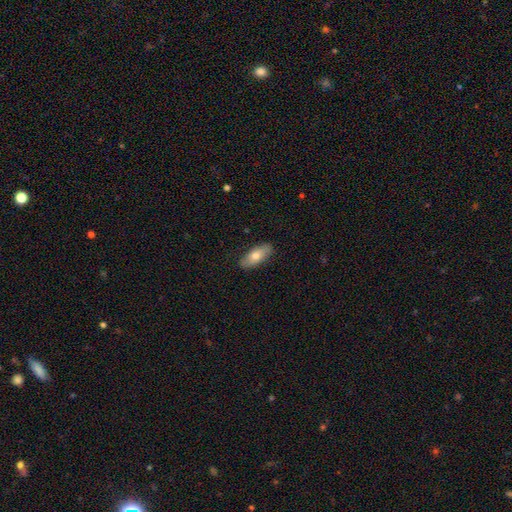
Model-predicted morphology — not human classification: type=smooth (72%); roundness=in between (79%); merging=none (86%).